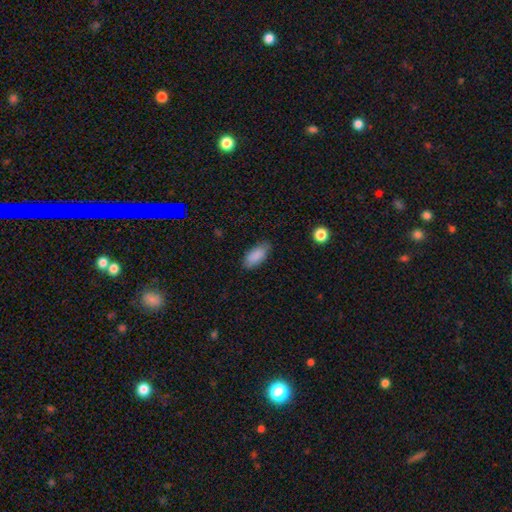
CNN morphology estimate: Smooth or featured: smooth — 88% (star or artifact — 7%)
How rounded: in between — 90% (cigar-shaped — 8%)
Merging: none — 81% (minor disturbance — 15%)